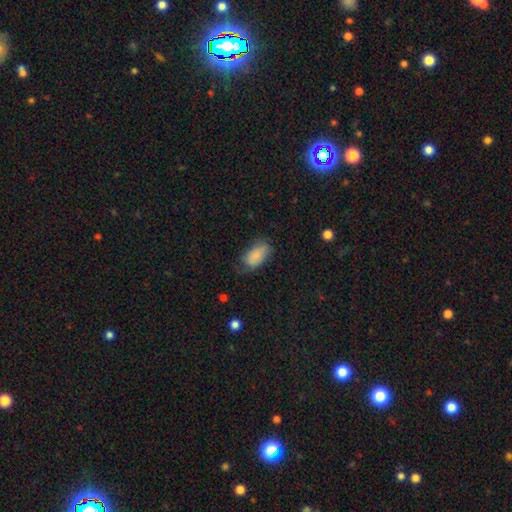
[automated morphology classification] Smooth or featured: smooth — 81% (featured or disk — 11%)
How rounded: in between — 93% (round — 4%)
Merging: none — 47% (minor disturbance — 35%)